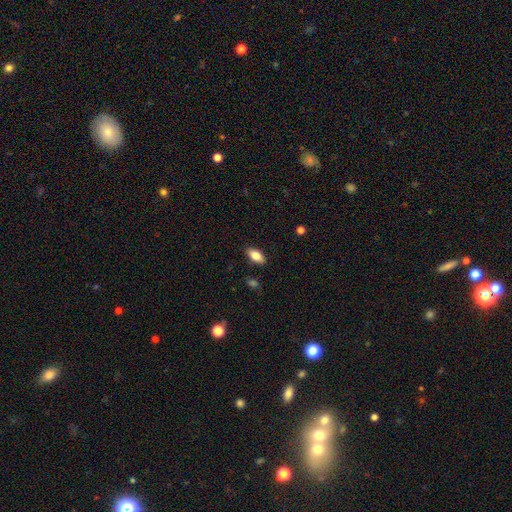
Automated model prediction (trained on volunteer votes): This appears to be a smooth galaxy with no disk features (81%) that is in between round and cigar-shaped (89%). Merging: none (87%).